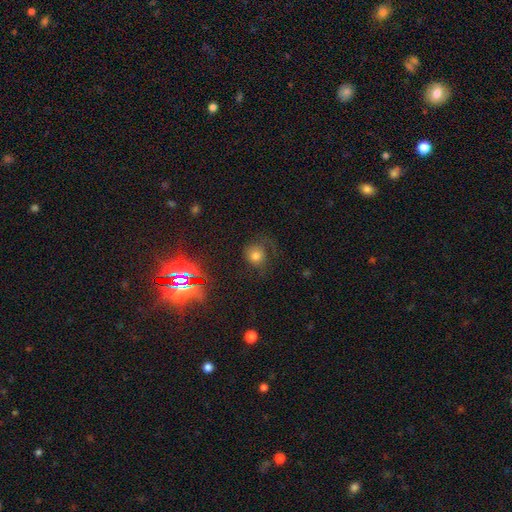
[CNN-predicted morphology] smooth_or_featured: smooth (p=0.66) [alt: star or artifact p=0.18]
how_rounded: round (p=0.81) [alt: in between p=0.18]
merging: none (p=0.57) [alt: major disturbance p=0.21]